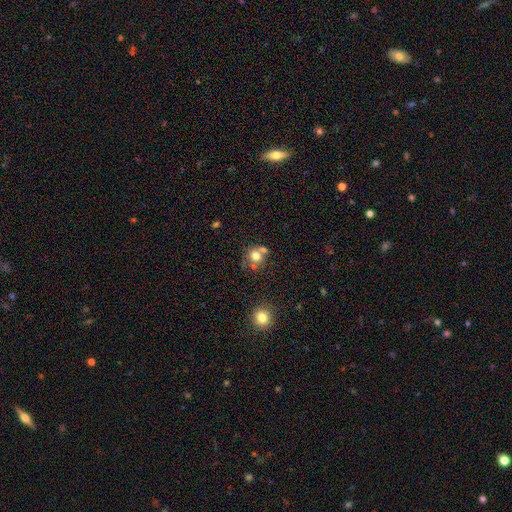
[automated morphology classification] type=smooth (72%); roundness=round (81%); merging=none (50%).